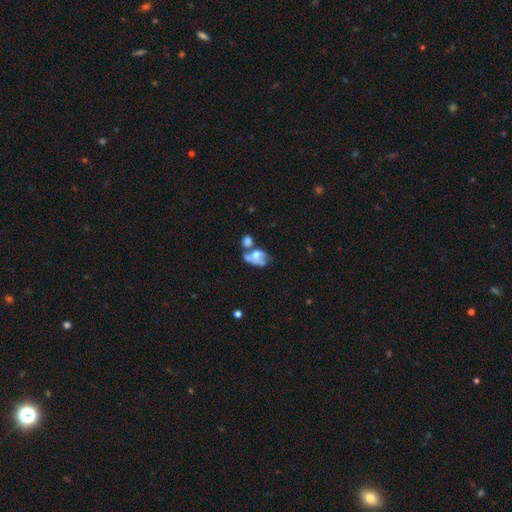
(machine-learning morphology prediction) This is possibly a smooth galaxy (51%). How rounded: likely in between (79%). Merging: possibly merger (50%).